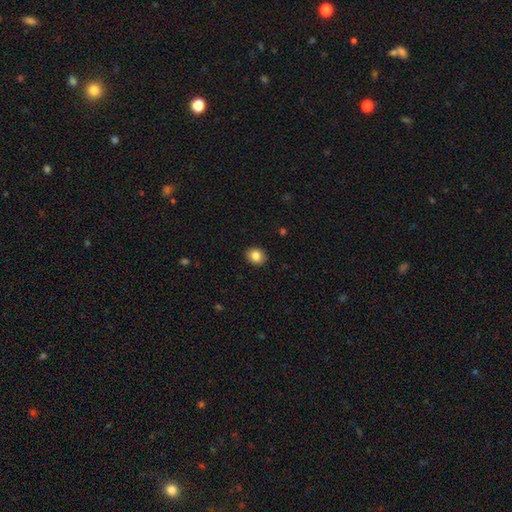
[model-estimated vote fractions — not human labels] Smooth or featured? Predicted: smooth (p=0.84). How rounded? Predicted: round (p=0.54). Merging? Predicted: none (p=0.90).